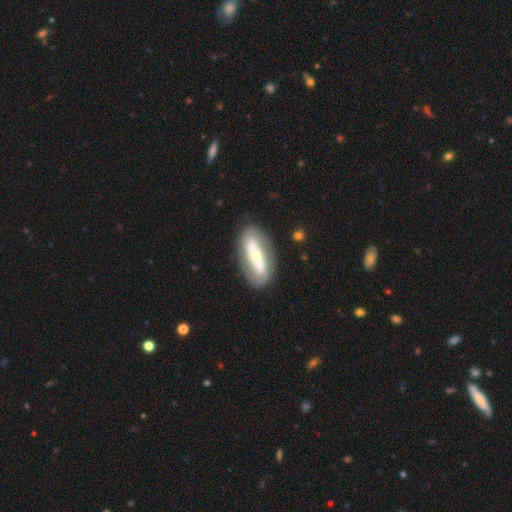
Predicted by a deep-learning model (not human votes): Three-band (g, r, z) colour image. It shows a featured or disk galaxy (53%). Merging: none (81%).